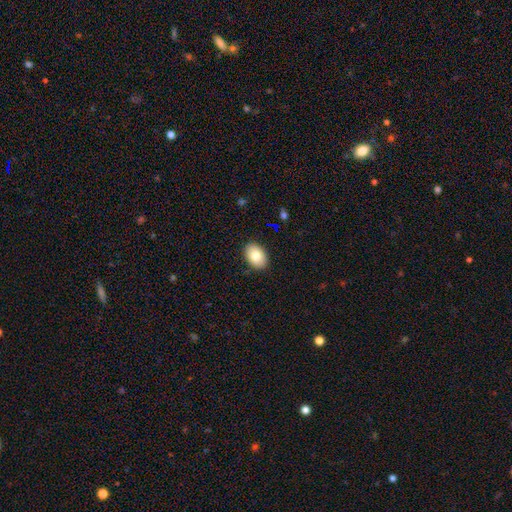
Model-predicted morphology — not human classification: smooth 81%, featured or disk 12%, star or artifact 7%. Down the decision tree: how rounded — in between (84%); merging — none (89%).